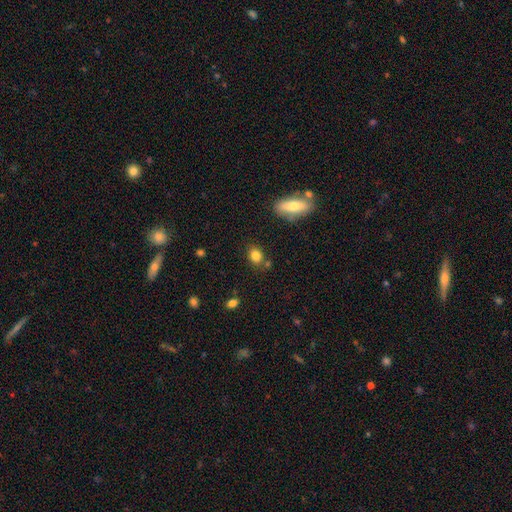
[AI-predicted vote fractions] A smooth galaxy with no disk features (82%) that is in between round and cigar-shaped (59%).

Vote fractions:
- Smooth or featured? smooth: 82% / star or artifact: 10% / featured or disk: 7%
- How rounded? in between: 59% / round: 40% / cigar-shaped: 2%
- Merging? none: 76% / minor disturbance: 13% / merger: 8% / major disturbance: 3%